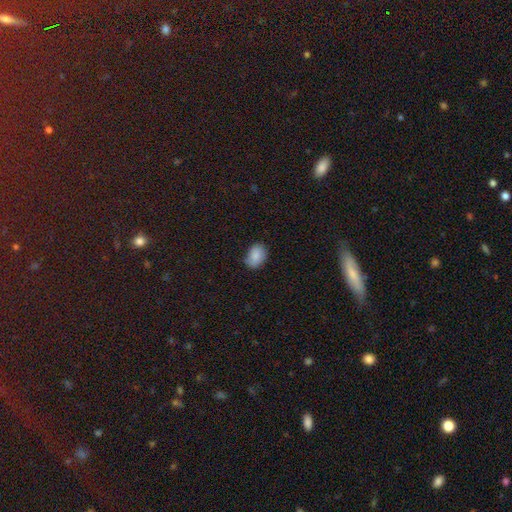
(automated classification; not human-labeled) Smooth or featured: smooth — 85% (star or artifact — 8%)
How rounded: in between — 75% (round — 24%)
Merging: none — 66% (minor disturbance — 27%)